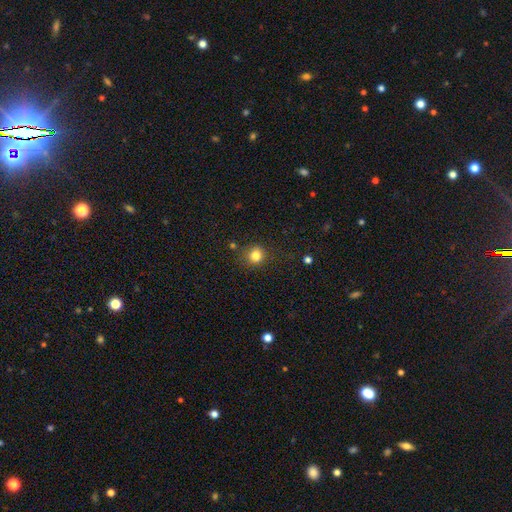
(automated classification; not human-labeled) Smooth or featured? Predicted: smooth (p=0.82). How rounded? Predicted: round (p=0.88). Merging? Predicted: none (p=0.83).